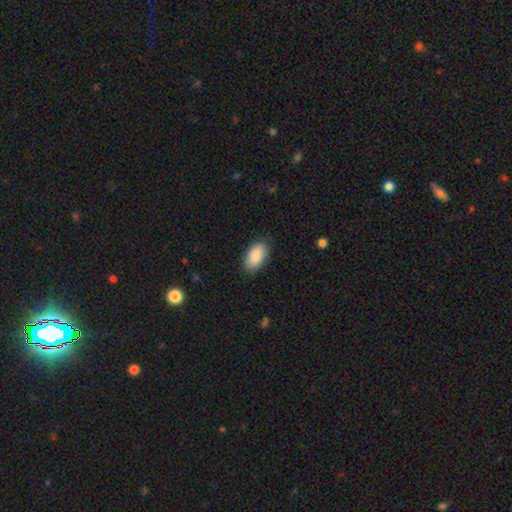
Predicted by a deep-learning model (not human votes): This appears to be a smooth galaxy with no disk features (89%) that is in between round and cigar-shaped (94%). Merging: none (84%).